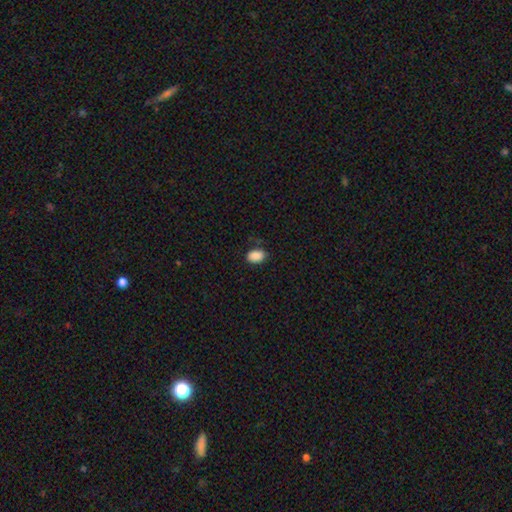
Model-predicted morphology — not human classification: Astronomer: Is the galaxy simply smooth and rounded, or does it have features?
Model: smooth — 89%.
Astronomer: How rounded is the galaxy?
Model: in between — 86%.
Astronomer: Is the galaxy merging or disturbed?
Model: none — 80%.